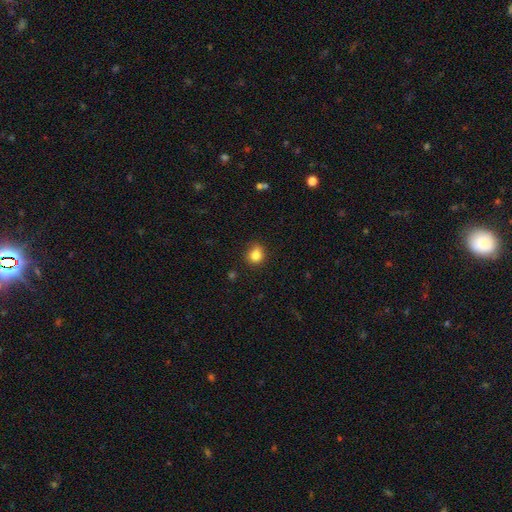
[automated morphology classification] Q: Smooth or featured?
A: smooth (82%); runner-up: star or artifact (11%)
Q: How rounded?
A: round (72%); runner-up: in between (27%)
Q: Merging?
A: none (75%); runner-up: minor disturbance (19%)